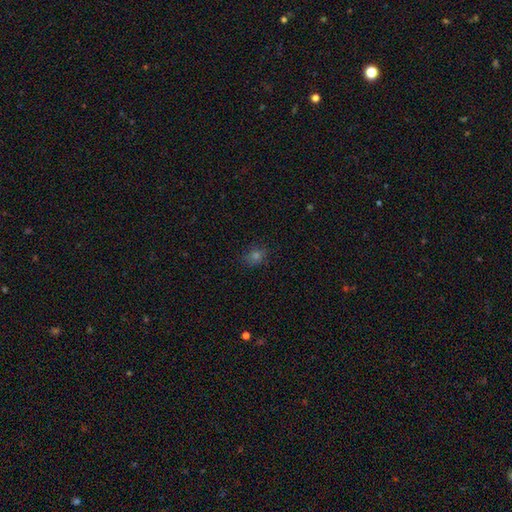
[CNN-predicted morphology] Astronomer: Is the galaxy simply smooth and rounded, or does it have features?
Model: smooth — 63%.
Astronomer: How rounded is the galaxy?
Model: round — 65%.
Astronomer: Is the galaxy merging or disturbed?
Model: none — 84%.